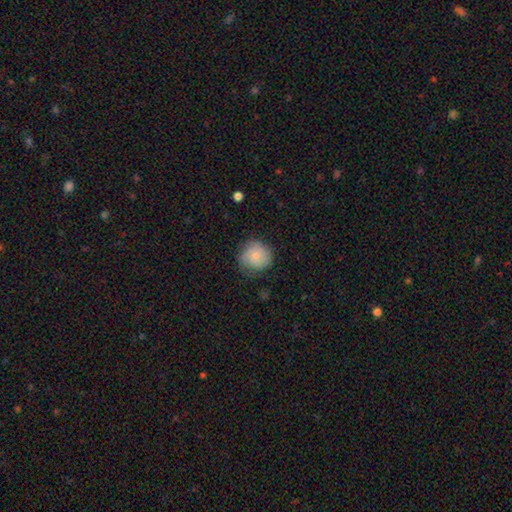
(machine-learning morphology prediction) Q: Smooth or featured?
A: smooth (78%); runner-up: featured or disk (15%)
Q: How rounded?
A: round (89%); runner-up: in between (10%)
Q: Merging?
A: none (67%); runner-up: minor disturbance (24%)